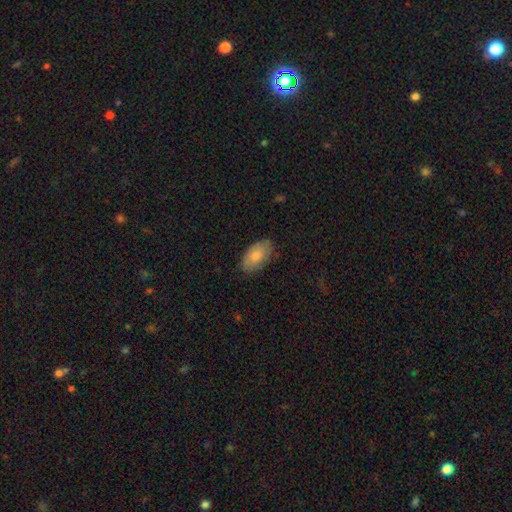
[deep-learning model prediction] Smooth or featured: smooth — 79% (featured or disk — 15%)
How rounded: in between — 94% (round — 4%)
Merging: none — 81% (minor disturbance — 15%)